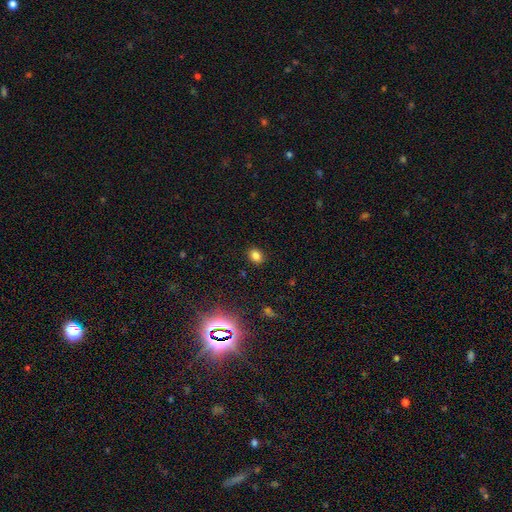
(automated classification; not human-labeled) smooth-or-featured: smooth: 80% | star or artifact: 15% | featured or disk: 6%
  how-rounded: in between: 62% | round: 37% | cigar-shaped: 1%
  merging: none: 87% | minor disturbance: 9% | major disturbance: 2% | merger: 1%